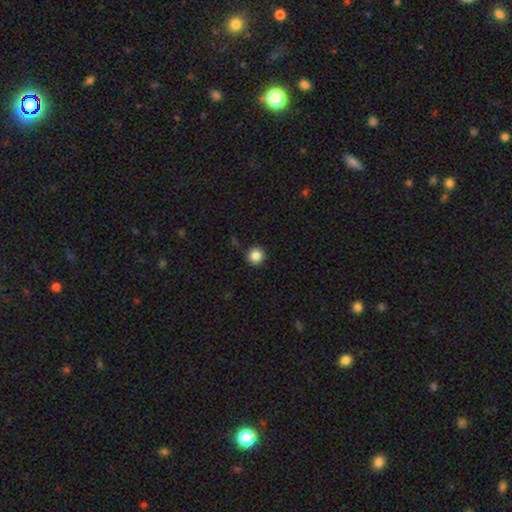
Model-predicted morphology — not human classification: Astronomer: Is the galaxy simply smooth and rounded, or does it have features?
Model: smooth — 85%.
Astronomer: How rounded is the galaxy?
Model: round — 96%.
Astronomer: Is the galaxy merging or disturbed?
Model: none — 91%.